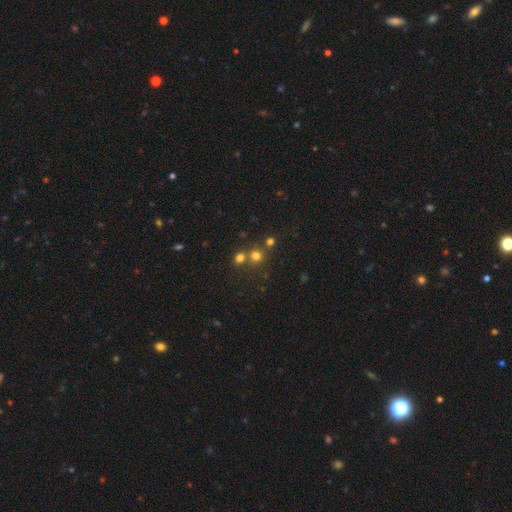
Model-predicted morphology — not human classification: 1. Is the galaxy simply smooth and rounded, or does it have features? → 70% smooth, 22% star or artifact, 9% featured or disk.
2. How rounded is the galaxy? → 88% round, 11% in between, 1% cigar-shaped.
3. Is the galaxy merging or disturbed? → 59% none, 32% merger, 6% minor disturbance, 3% major disturbance.